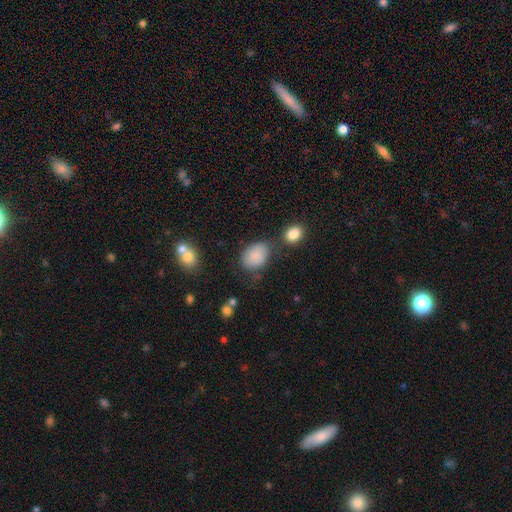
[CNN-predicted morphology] Q: Smooth or featured?
A: smooth (85%); runner-up: star or artifact (9%)
Q: How rounded?
A: in between (77%); runner-up: round (22%)
Q: Merging?
A: none (61%); runner-up: minor disturbance (24%)